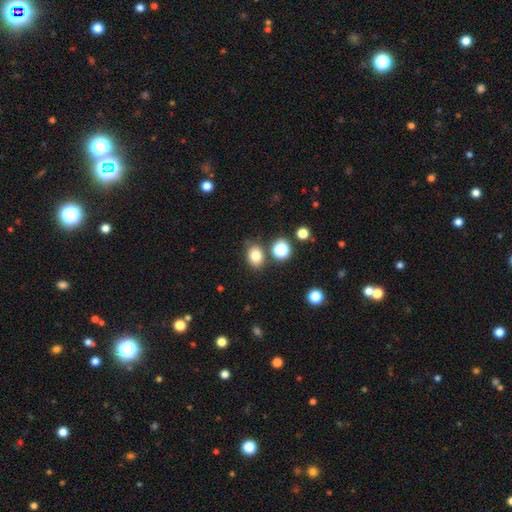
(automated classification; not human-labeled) smooth-or-featured: smooth: 79% | star or artifact: 13% | featured or disk: 8%
  how-rounded: in between: 56% | round: 43% | cigar-shaped: 1%
  merging: none: 78% | minor disturbance: 11% | merger: 7% | major disturbance: 3%